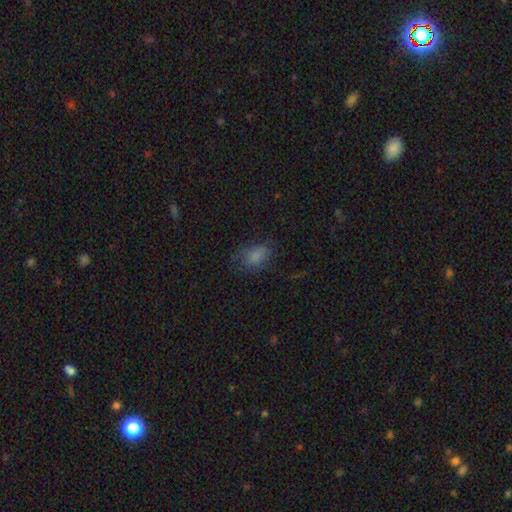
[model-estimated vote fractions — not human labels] A smooth galaxy with no disk features (78%) that is in between round and cigar-shaped (82%).

Vote fractions:
- Smooth or featured? smooth: 78% / star or artifact: 13% / featured or disk: 9%
- How rounded? in between: 82% / round: 17% / cigar-shaped: 2%
- Merging? none: 62% / minor disturbance: 23% / major disturbance: 13% / merger: 2%